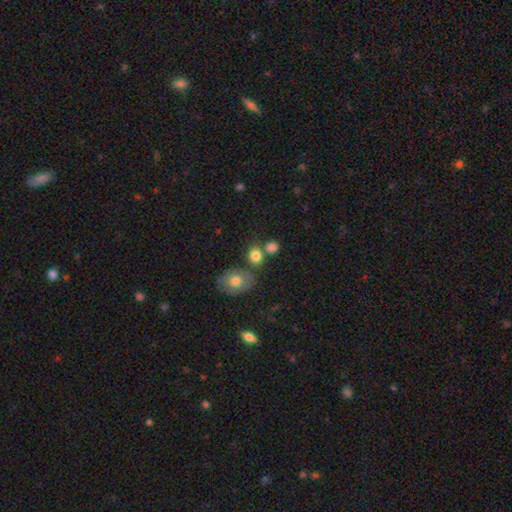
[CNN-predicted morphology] The model was most divided on "how rounded": round: 67%, in between: 32%, cigar-shaped: 1%. More confident: smooth or featured — smooth (81%); merging — none (60%).